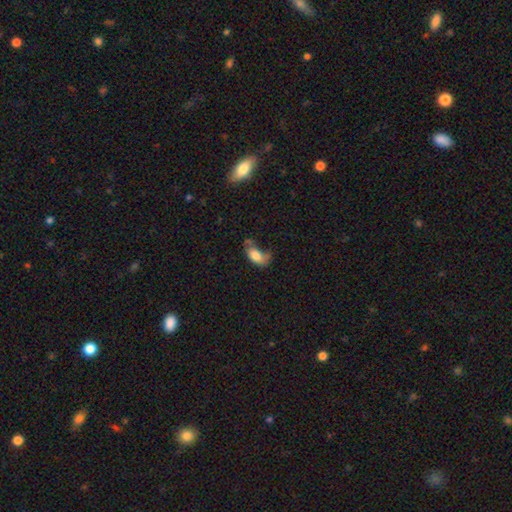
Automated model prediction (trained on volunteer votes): smooth 74%, featured or disk 17%, star or artifact 8%. Down the decision tree: how rounded — in between (91%); merging — minor disturbance (32%).